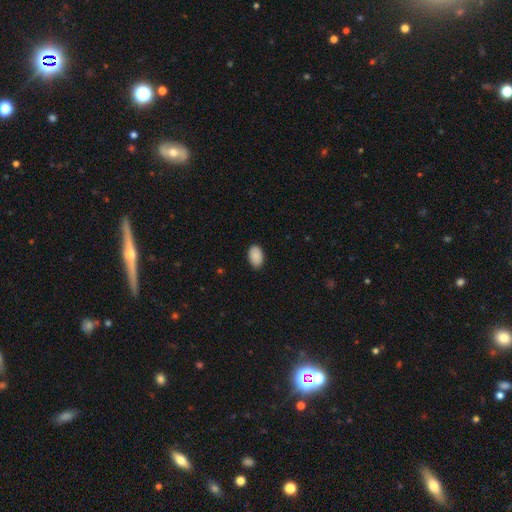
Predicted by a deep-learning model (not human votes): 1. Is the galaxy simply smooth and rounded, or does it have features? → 90% smooth, 7% star or artifact, 4% featured or disk.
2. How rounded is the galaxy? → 92% in between, 7% round, 1% cigar-shaped.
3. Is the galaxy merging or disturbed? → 87% none, 10% minor disturbance, 2% major disturbance, 1% merger.